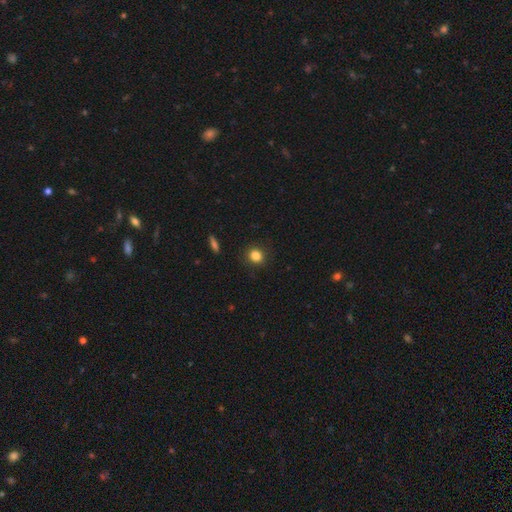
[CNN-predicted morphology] A smooth galaxy with no disk features (84%) that is round (77%). Merging: none (89%).